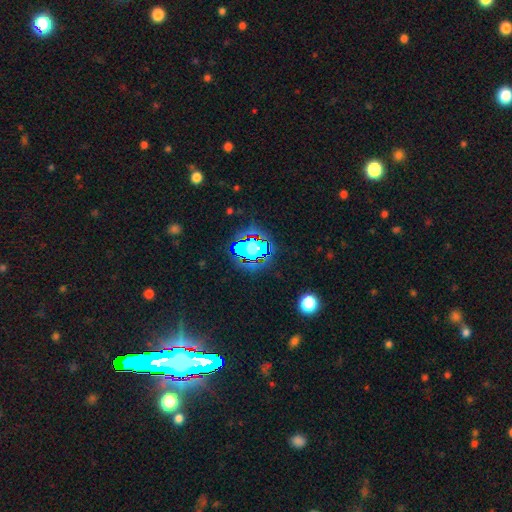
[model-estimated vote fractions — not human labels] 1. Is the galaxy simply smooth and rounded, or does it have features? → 79% star or artifact, 11% smooth, 10% featured or disk.